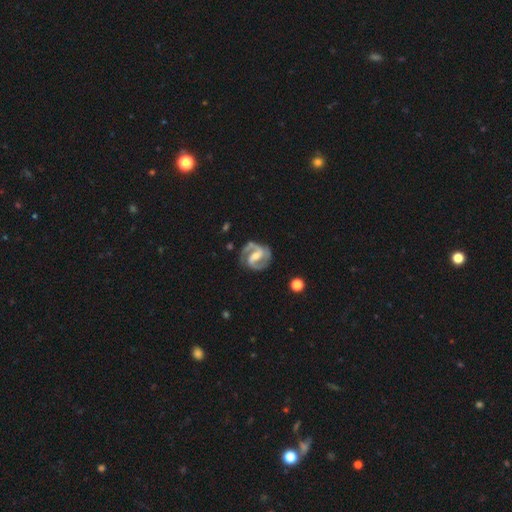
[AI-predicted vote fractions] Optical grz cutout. It shows a featured or disk galaxy (92%) with a strong bar (45%), 2 (92%) medium (57%) spiral arms (98%) and a moderate central bulge (51%). Merging: none (79%).